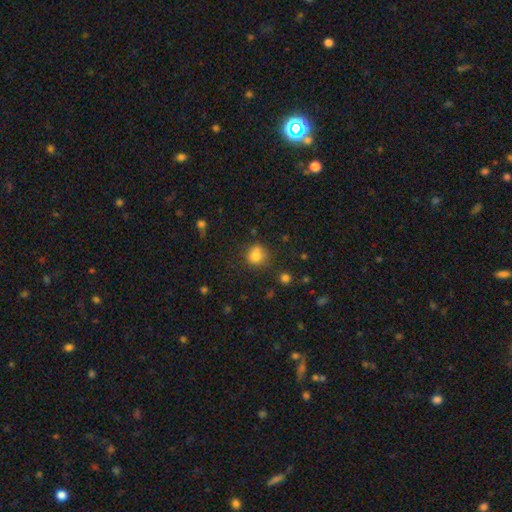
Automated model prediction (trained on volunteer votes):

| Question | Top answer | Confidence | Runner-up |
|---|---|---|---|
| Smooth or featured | smooth | 79% | star or artifact (13%) |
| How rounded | round | 81% | in between (18%) |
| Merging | none | 62% | minor disturbance (20%) |